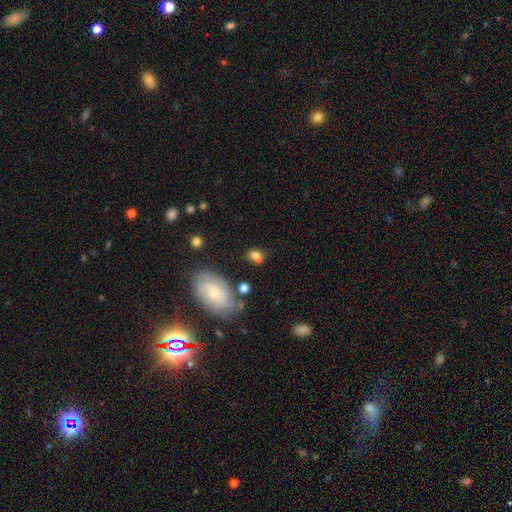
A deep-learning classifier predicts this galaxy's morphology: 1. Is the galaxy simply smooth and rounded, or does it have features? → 73% smooth, 15% featured or disk, 12% star or artifact.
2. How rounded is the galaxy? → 58% in between, 40% round, 2% cigar-shaped.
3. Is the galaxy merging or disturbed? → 57% none, 21% merger, 16% minor disturbance, 7% major disturbance.